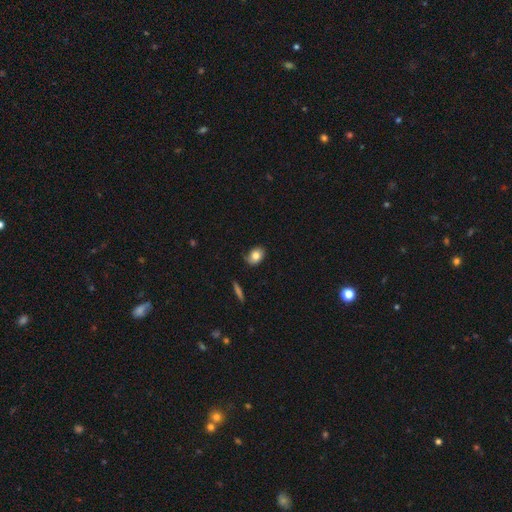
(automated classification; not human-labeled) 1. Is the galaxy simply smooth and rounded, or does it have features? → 76% smooth, 16% featured or disk, 8% star or artifact.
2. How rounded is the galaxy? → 68% in between, 31% round, 2% cigar-shaped.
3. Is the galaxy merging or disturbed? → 70% none, 23% minor disturbance, 5% major disturbance, 2% merger.